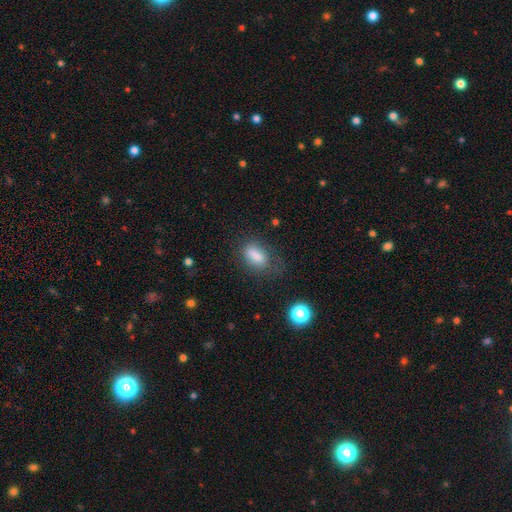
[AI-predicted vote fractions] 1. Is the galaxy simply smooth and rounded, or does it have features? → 81% smooth, 10% star or artifact, 10% featured or disk.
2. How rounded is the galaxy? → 80% in between, 13% cigar-shaped, 7% round.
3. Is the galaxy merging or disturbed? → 63% none, 22% minor disturbance, 13% major disturbance, 3% merger.